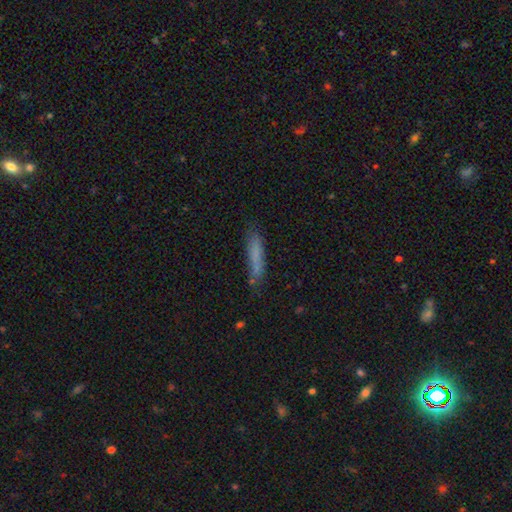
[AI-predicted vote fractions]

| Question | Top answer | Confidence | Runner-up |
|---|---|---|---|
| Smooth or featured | smooth | 74% | featured or disk (17%) |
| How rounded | cigar-shaped | 89% | in between (10%) |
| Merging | none | 72% | minor disturbance (20%) |